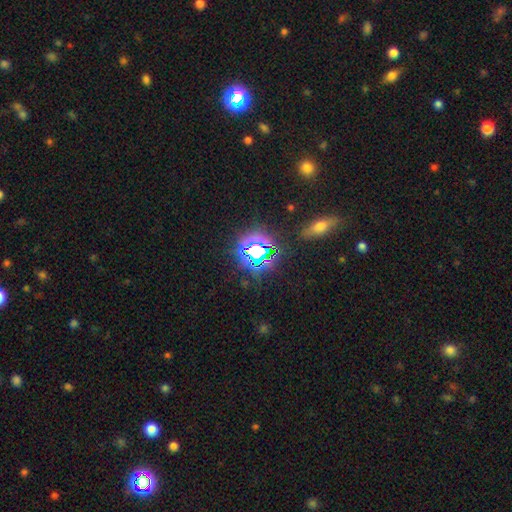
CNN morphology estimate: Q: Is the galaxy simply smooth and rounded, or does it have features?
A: star or artifact — 68%.